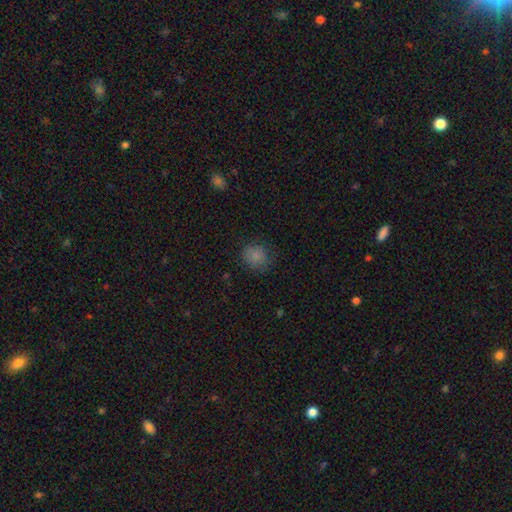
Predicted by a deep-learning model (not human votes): smooth_or_featured: smooth (p=0.82) [alt: star or artifact p=0.12]
how_rounded: round (p=0.76) [alt: in between p=0.23]
merging: none (p=0.77) [alt: minor disturbance p=0.16]